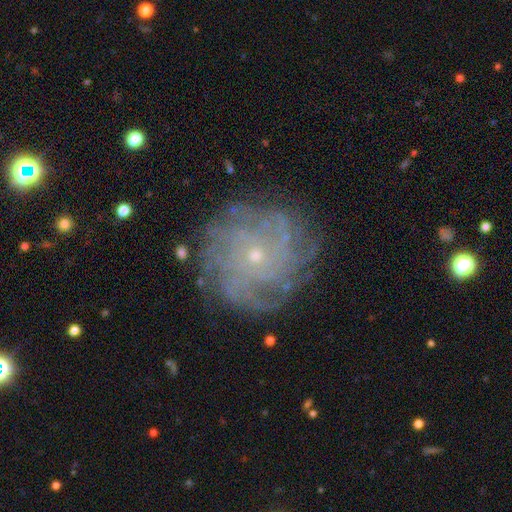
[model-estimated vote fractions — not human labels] The model was most divided on "spiral arm count": can't tell: 36%, more than 4: 25%, 4: 15%, 3: 9%, 2: 8%, 1: 7%. More confident: edge-on disk — no (97%); spiral arms — yes (90%); bar — no (84%); merging — none (81%); bulge size — small (80%); smooth or featured — featured or disk (78%); spiral winding — tight (68%).